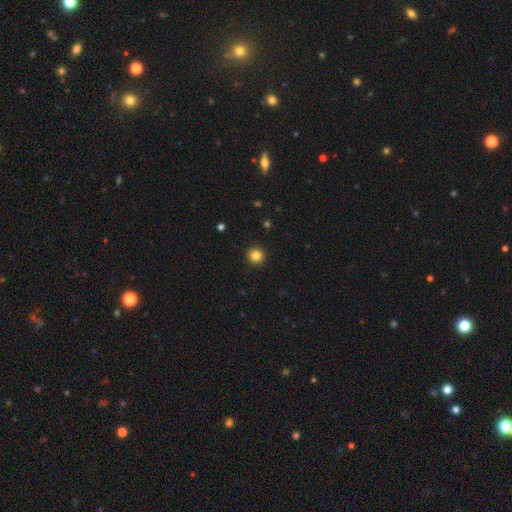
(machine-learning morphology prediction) smooth 84%, star or artifact 11%, featured or disk 4%. Down the decision tree: how rounded — round (96%); merging — none (93%).